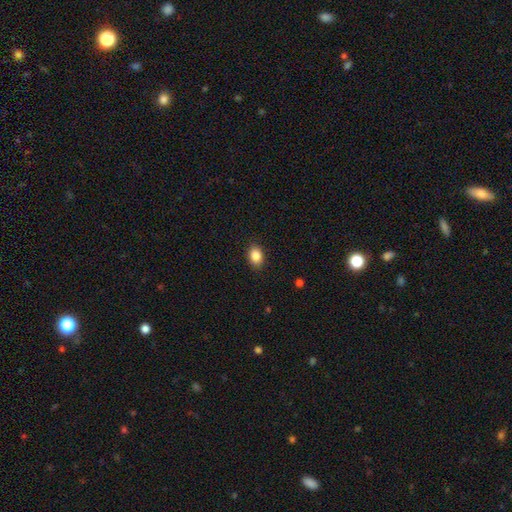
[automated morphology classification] Q: Smooth or featured?
A: smooth (86%); runner-up: star or artifact (9%)
Q: How rounded?
A: in between (74%); runner-up: round (24%)
Q: Merging?
A: none (88%); runner-up: minor disturbance (9%)